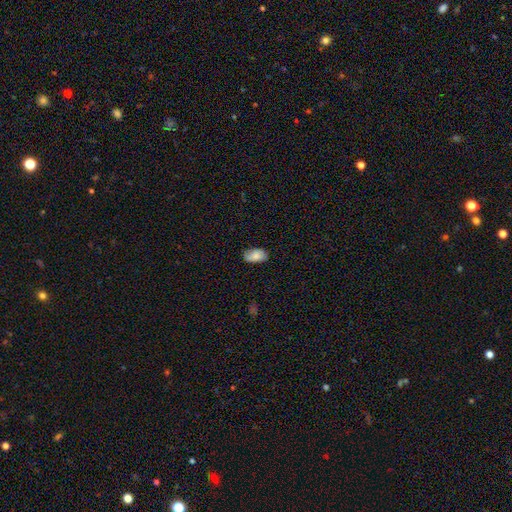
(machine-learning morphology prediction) A smooth galaxy with no disk features (81%) that is in between round and cigar-shaped (94%).

Vote fractions:
- Smooth or featured? smooth: 81% / featured or disk: 12% / star or artifact: 7%
- How rounded? in between: 94% / round: 4% / cigar-shaped: 2%
- Merging? none: 79% / minor disturbance: 17% / major disturbance: 3% / merger: 1%